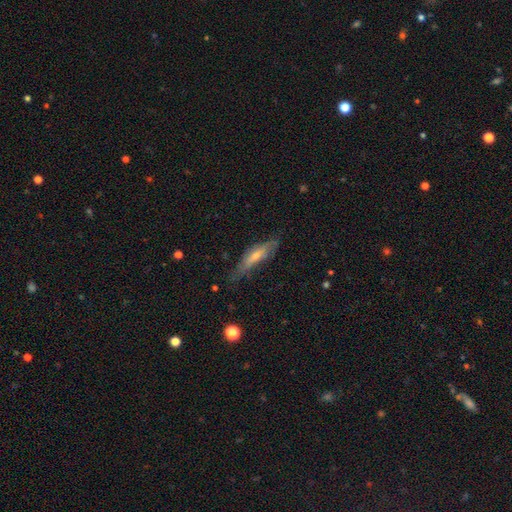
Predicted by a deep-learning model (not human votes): This is possibly a featured or disk galaxy (55%). It is likely viewed edge-on (68%). Merging: likely none (64%).